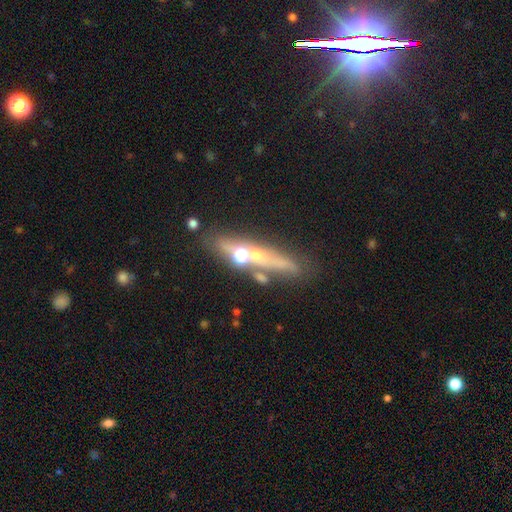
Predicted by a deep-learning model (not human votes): featured or disk 58%, smooth 29%, star or artifact 13%. Down the decision tree: edge-on disk — yes (79%); merging — none (61%).